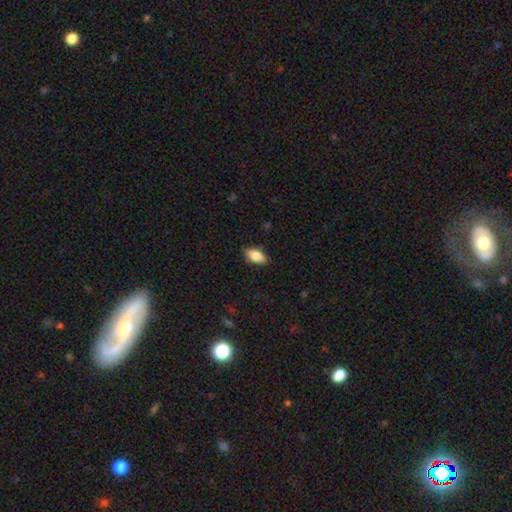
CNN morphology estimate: Smooth or featured: smooth — 80% (featured or disk — 13%)
How rounded: in between — 89% (cigar-shaped — 7%)
Merging: none — 85% (minor disturbance — 12%)